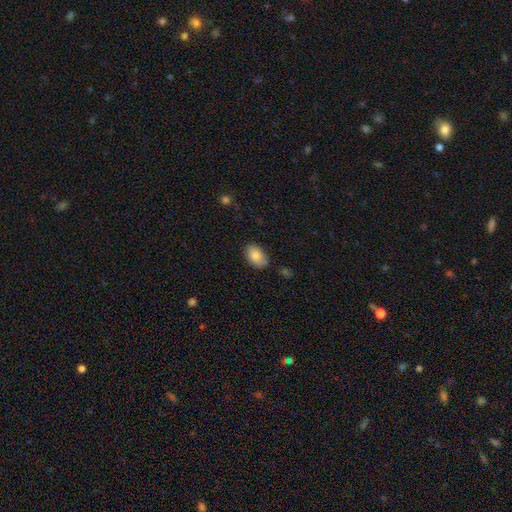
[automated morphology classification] Overall: smooth (87%). How rounded: in between (90%). Merging: none (77%).